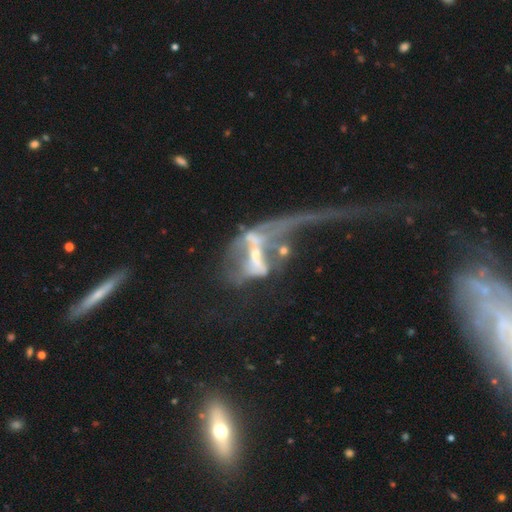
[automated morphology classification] Q: Smooth or featured?
A: featured or disk (72%); runner-up: smooth (16%)
Q: Edge-on disk?
A: no (92%); runner-up: yes (8%)
Q: Bar?
A: no (48%); runner-up: strong (26%)
Q: Spiral arms?
A: no (61%); runner-up: yes (39%)
Q: Bulge size?
A: moderate (35%); runner-up: small (34%)
Q: Merging?
A: major disturbance (53%); runner-up: merger (32%)